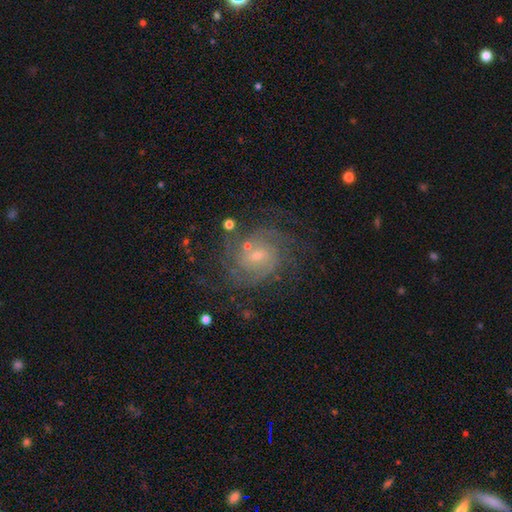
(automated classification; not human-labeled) Smooth or featured? featured or disk (79%)
Edge-on disk? no (98%)
Bar? no (52%)
Spiral arms? yes (94%)
Spiral winding? tight (57%)
Spiral arm count? can't tell (36%)
Bulge size? small (68%)
Merging? none (69%)